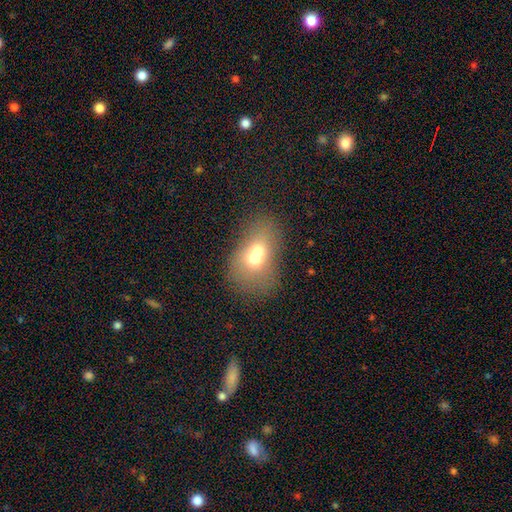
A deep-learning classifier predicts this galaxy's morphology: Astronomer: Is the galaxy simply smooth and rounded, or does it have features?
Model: smooth — 60%.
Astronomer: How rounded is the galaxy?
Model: in between — 63%.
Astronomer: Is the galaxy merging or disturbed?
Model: merger — 64%.